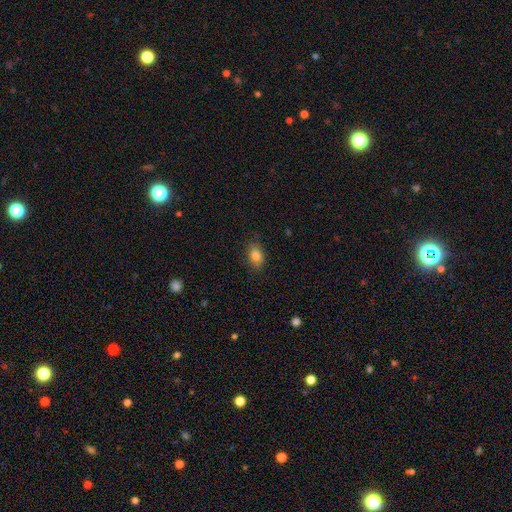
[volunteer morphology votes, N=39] This is clearly a smooth galaxy (85%). How rounded: clearly in between (85%). Merging: clearly none (94%).